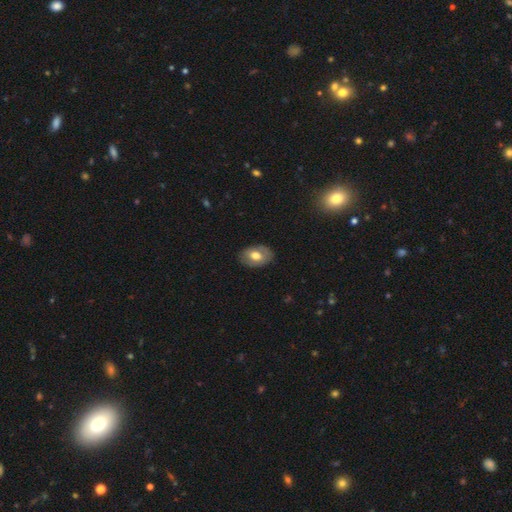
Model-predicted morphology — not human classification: The model was most divided on "smooth or featured": smooth: 60%, featured or disk: 33%, star or artifact: 7%. More confident: how rounded — in between (85%); merging — none (82%).